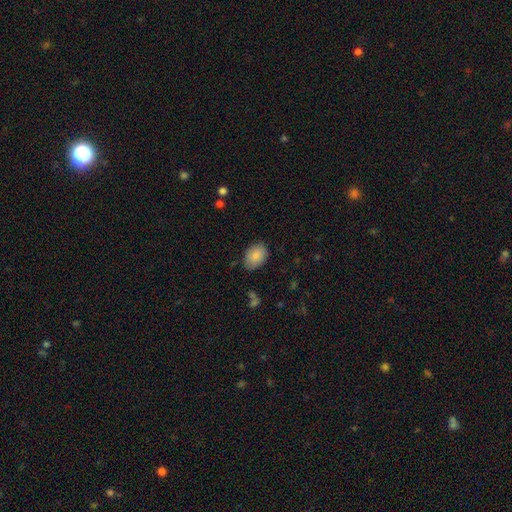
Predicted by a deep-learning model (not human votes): smooth_or_featured: smooth (p=0.86) [alt: star or artifact p=0.07]
how_rounded: in between (p=0.75) [alt: round p=0.24]
merging: none (p=0.82) [alt: minor disturbance p=0.14]